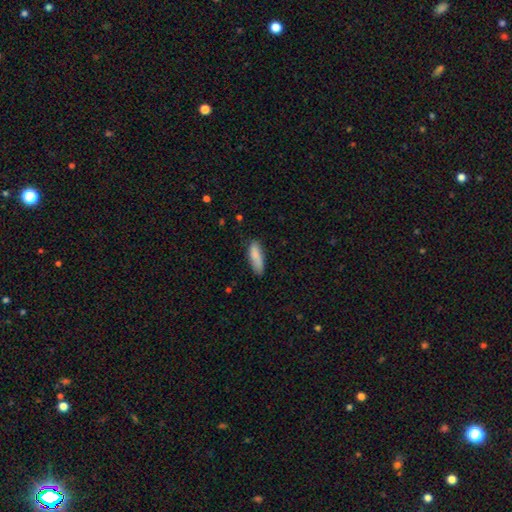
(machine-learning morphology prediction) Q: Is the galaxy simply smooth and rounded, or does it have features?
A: smooth — 85%.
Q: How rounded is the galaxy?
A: in between — 54%.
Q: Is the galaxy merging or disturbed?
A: none — 74%.